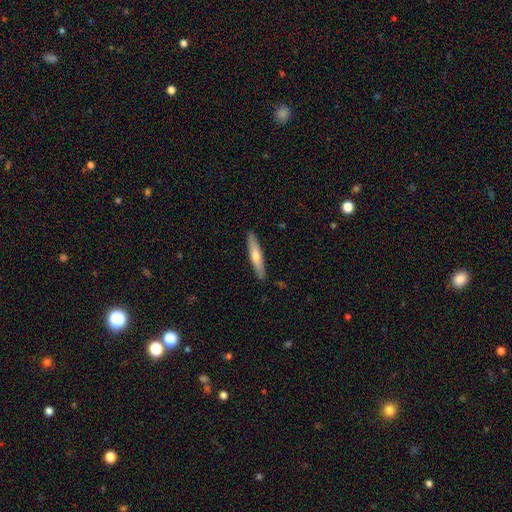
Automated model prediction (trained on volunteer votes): Overall: smooth (52%; featured or disk 42%). How rounded: cigar-shaped (88%). Merging: none (90%).